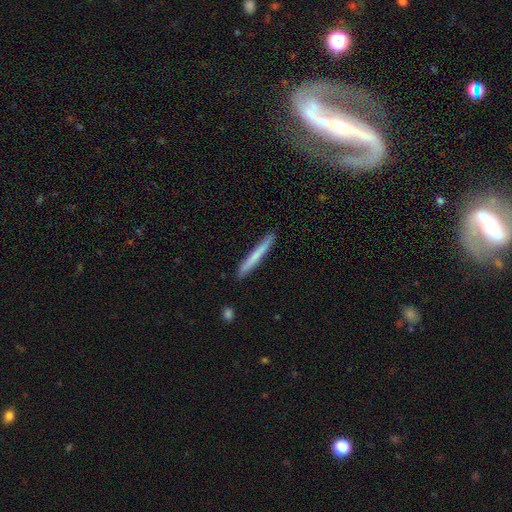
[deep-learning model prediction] Q: Smooth or featured?
A: smooth (69%); runner-up: featured or disk (26%)
Q: How rounded?
A: cigar-shaped (97%); runner-up: in between (2%)
Q: Merging?
A: none (91%); runner-up: minor disturbance (6%)